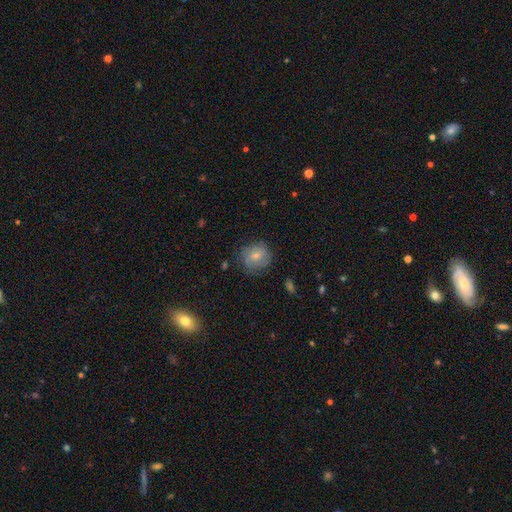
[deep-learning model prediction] smooth 58%, featured or disk 34%, star or artifact 8%. Down the decision tree: how rounded — round (82%); merging — none (69%).